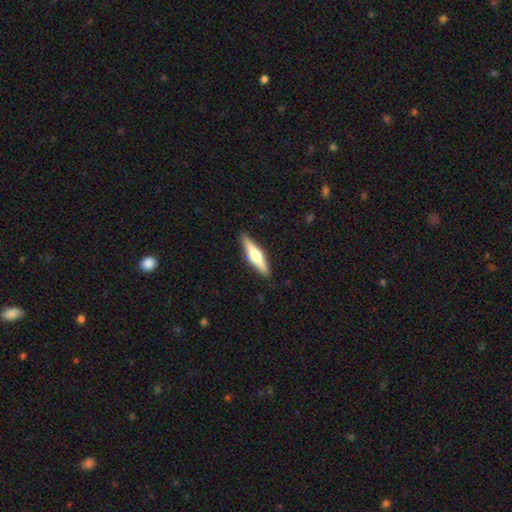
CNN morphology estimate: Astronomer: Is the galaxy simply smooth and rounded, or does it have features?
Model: featured or disk — 60%.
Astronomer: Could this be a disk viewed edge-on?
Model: yes — 97%.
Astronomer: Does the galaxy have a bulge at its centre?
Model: rounded — 92%.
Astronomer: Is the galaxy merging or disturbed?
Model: none — 90%.